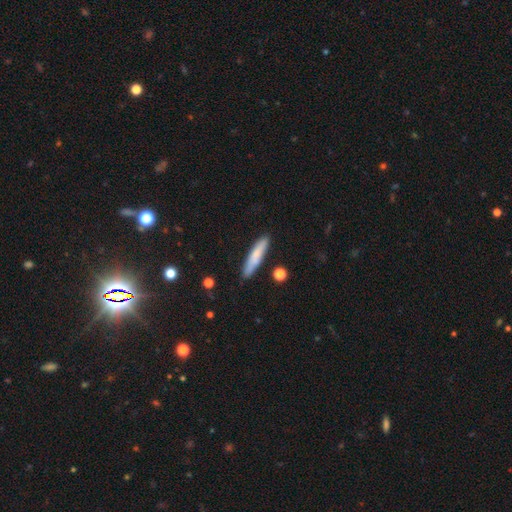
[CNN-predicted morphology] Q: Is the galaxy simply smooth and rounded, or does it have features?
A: smooth — 74%.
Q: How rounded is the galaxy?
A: cigar-shaped — 88%.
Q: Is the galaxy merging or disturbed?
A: none — 85%.